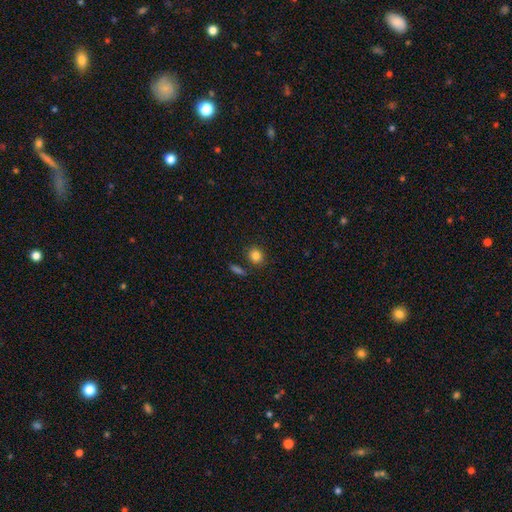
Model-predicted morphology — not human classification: smooth_or_featured: smooth (p=0.85) [alt: star or artifact p=0.10]
how_rounded: round (p=0.76) [alt: in between p=0.22]
merging: none (p=0.82) [alt: minor disturbance p=0.09]